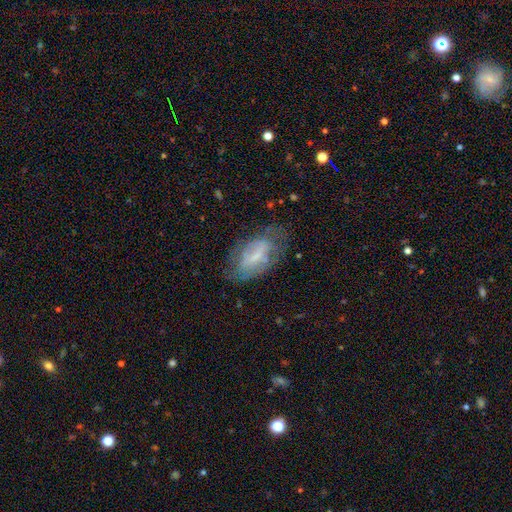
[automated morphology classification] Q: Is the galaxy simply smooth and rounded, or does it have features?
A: featured or disk — 51%.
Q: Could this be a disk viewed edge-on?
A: no — 92%.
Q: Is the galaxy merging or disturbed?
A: none — 56%.